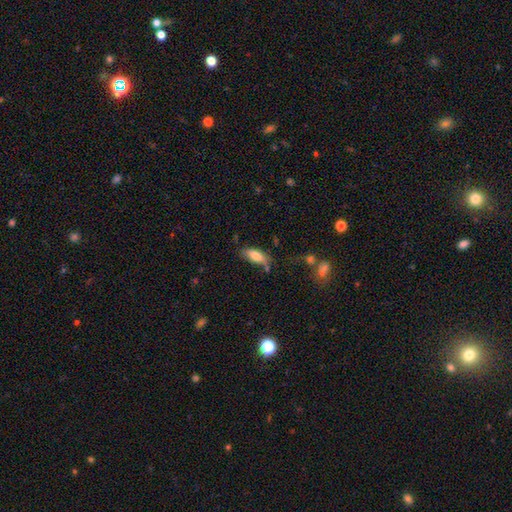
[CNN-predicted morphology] Smooth or featured?
  - smooth: 77% *
  - featured or disk: 16%
  - star or artifact: 7%
How rounded?
  - in between: 76% *
  - cigar-shaped: 22%
  - round: 2%
Merging?
  - none: 61% *
  - minor disturbance: 24%
  - merger: 8%
  - major disturbance: 7%